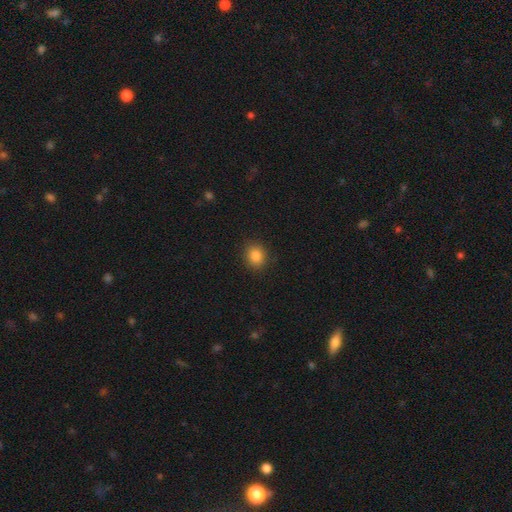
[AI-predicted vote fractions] Overall: smooth (85%). How rounded: round (71%). Merging: none (88%).